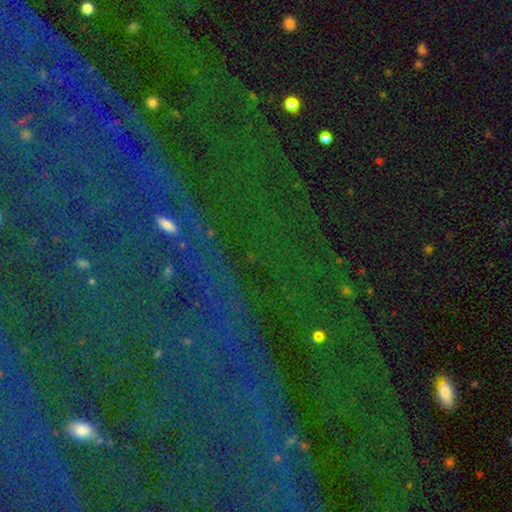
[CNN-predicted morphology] type=star or artifact (82%).